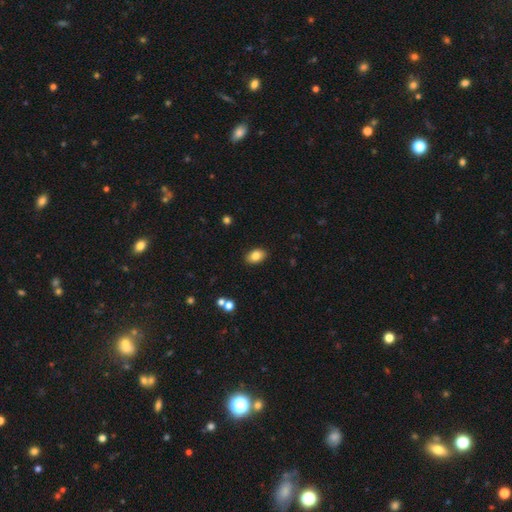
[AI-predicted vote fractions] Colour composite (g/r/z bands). It shows a smooth galaxy with no disk features (83%) that is in between round and cigar-shaped (87%). Merging: none (89%).